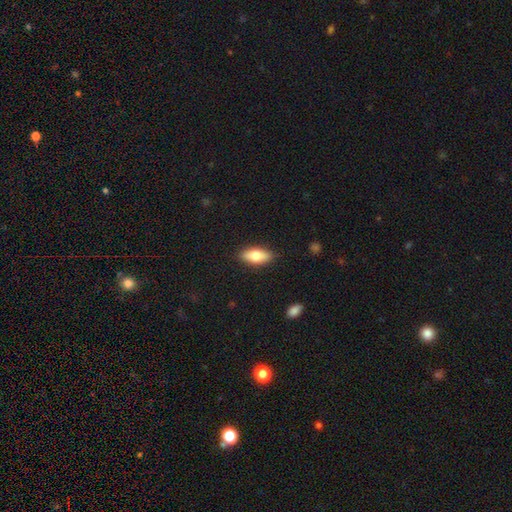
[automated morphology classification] smooth_or_featured: smooth (p=0.70) [alt: featured or disk p=0.23]
how_rounded: in between (p=0.79) [alt: cigar-shaped p=0.18]
merging: none (p=0.87) [alt: minor disturbance p=0.09]